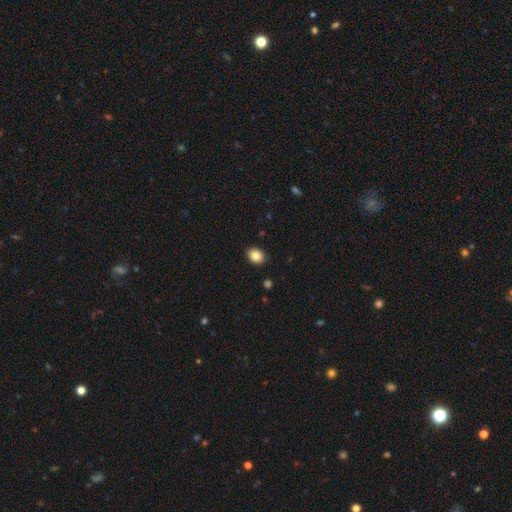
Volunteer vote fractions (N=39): Smooth or featured: smooth — 72% (featured or disk — 15%)
How rounded: in between — 57% (round — 43%)
Merging: none — 91% (minor disturbance — 9%)